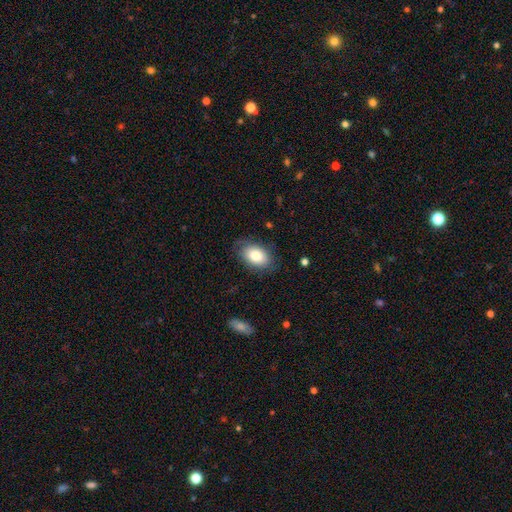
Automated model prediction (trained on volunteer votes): Smooth or featured? smooth (81%)
How rounded? in between (89%)
Merging? none (75%)